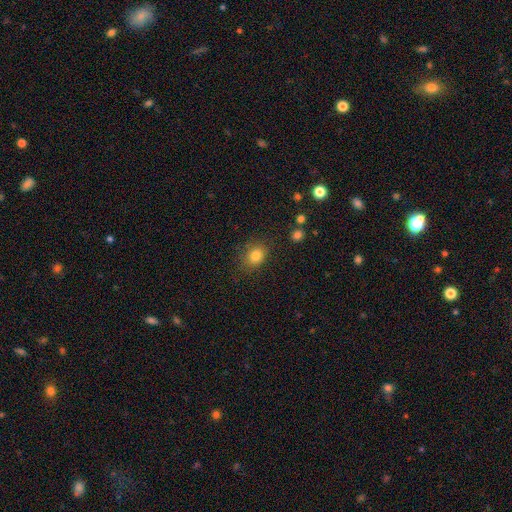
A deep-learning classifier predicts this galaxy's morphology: The model was most divided on "how rounded": round: 53%, in between: 46%, cigar-shaped: 1%. More confident: smooth or featured — smooth (82%); merging — none (80%).